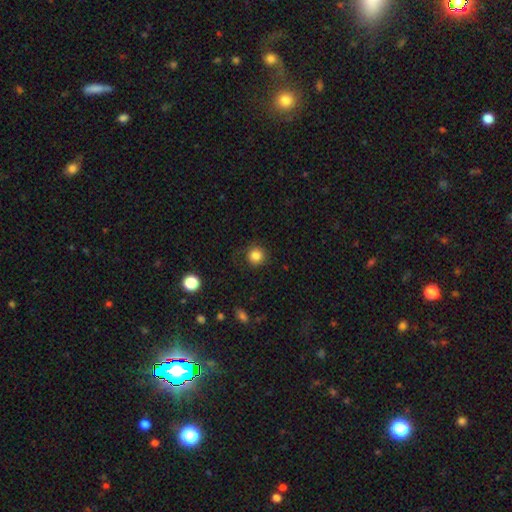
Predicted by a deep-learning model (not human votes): This appears to be a smooth galaxy with no disk features (83%) that is round (93%). Merging: none (83%).